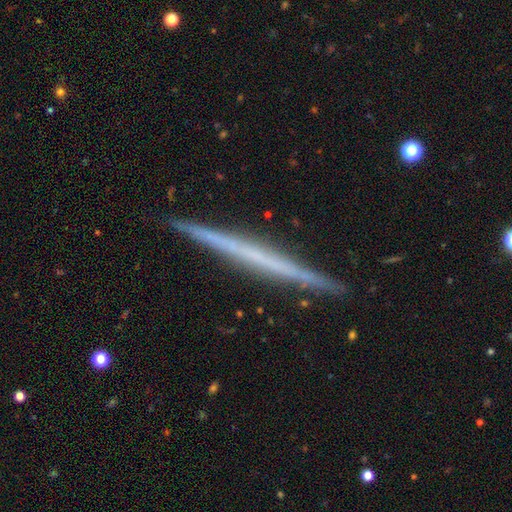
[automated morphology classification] Q: Smooth or featured?
A: featured or disk (65%); runner-up: smooth (30%)
Q: Edge-on disk?
A: yes (98%); runner-up: no (2%)
Q: Edge-on bulge?
A: none (92%); runner-up: rounded (5%)
Q: Merging?
A: none (92%); runner-up: minor disturbance (6%)